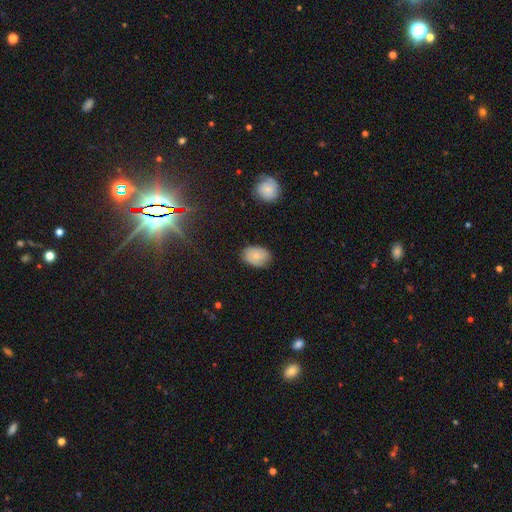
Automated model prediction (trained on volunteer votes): Smooth or featured? smooth (69%)
How rounded? in between (78%)
Merging? none (79%)